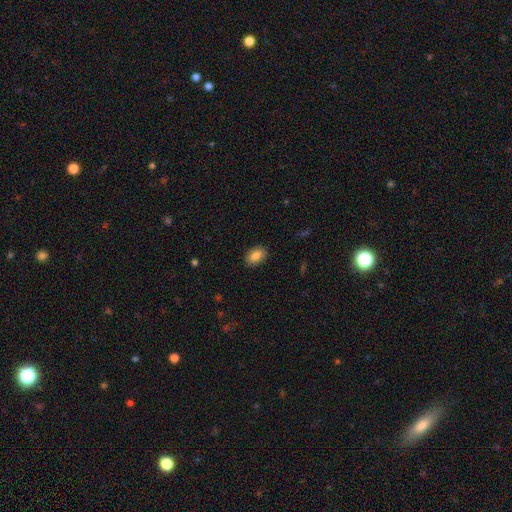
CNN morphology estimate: Smooth or featured?
  - smooth: 85% *
  - star or artifact: 8%
  - featured or disk: 8%
How rounded?
  - in between: 85% *
  - round: 13%
  - cigar-shaped: 1%
Merging?
  - none: 88% *
  - minor disturbance: 9%
  - major disturbance: 2%
  - merger: 1%